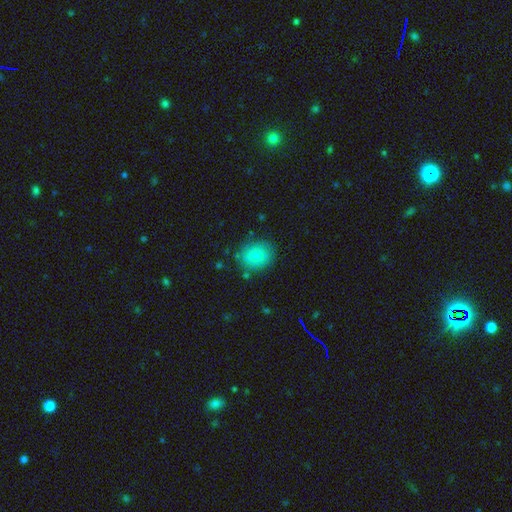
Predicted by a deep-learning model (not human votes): Morphology: type=smooth (81%); roundness=round (64%); merging=none (81%).